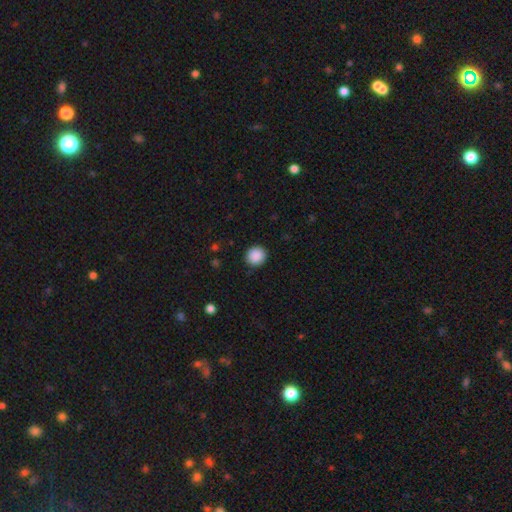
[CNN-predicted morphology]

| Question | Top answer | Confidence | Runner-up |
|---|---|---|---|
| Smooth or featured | smooth | 89% | star or artifact (9%) |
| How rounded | round | 92% | in between (7%) |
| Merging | none | 91% | minor disturbance (6%) |